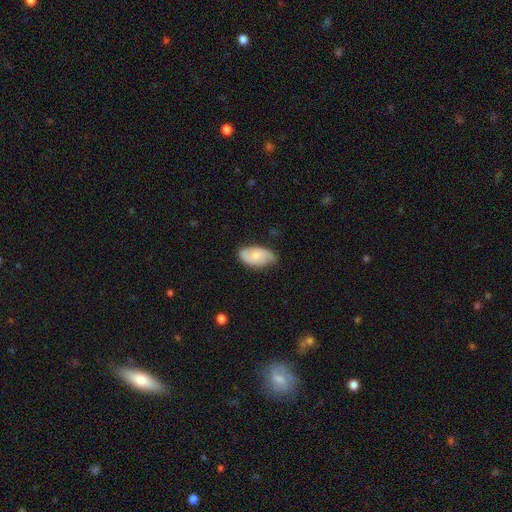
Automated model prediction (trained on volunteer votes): smooth-or-featured: featured or disk: 51% | smooth: 43% | star or artifact: 6%
  disk-edge-on: no: 95% | yes: 5%
  merging: none: 63% | minor disturbance: 29% | major disturbance: 6% | merger: 1%